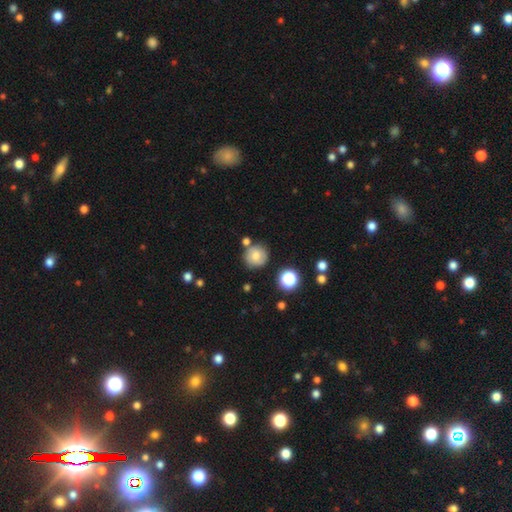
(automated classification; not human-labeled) smooth_or_featured: smooth (p=0.70) [alt: featured or disk p=0.19]
how_rounded: round (p=0.91) [alt: in between p=0.08]
merging: none (p=0.73) [alt: minor disturbance p=0.14]